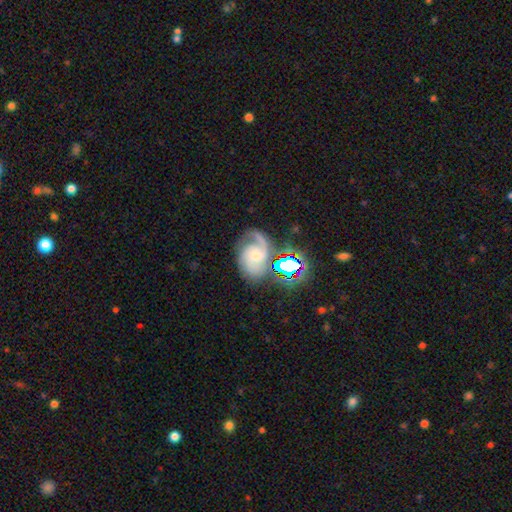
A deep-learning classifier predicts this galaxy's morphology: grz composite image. It shows a featured or disk galaxy (78%) with no bar (65%), 2 (62%) medium (52%) spiral arms (97%) and a small central bulge (54%). Merging: none (56%).